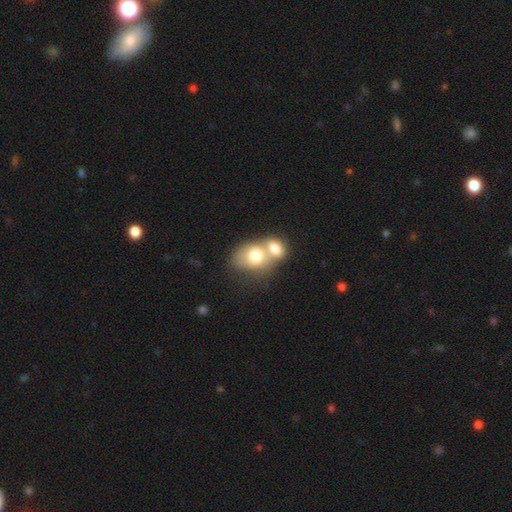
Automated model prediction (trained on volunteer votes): Q: Smooth or featured?
A: smooth (72%); runner-up: featured or disk (20%)
Q: How rounded?
A: in between (62%); runner-up: round (37%)
Q: Merging?
A: merger (74%); runner-up: none (16%)